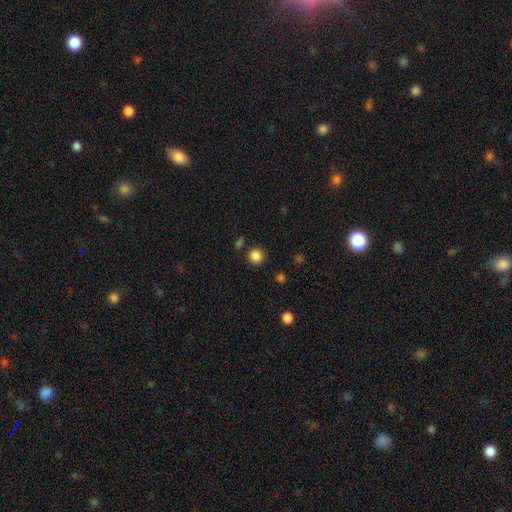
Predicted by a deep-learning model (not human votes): Overall: smooth (85%). How rounded: round (93%). Merging: none (86%).